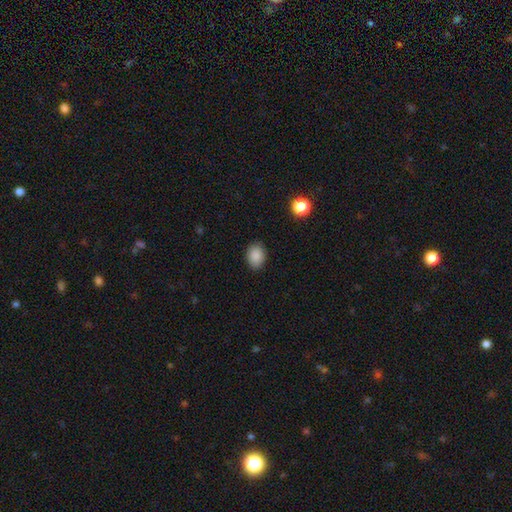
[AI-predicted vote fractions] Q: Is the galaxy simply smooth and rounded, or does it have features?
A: smooth — 88%.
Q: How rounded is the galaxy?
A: in between — 73%.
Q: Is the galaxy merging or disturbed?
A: none — 87%.